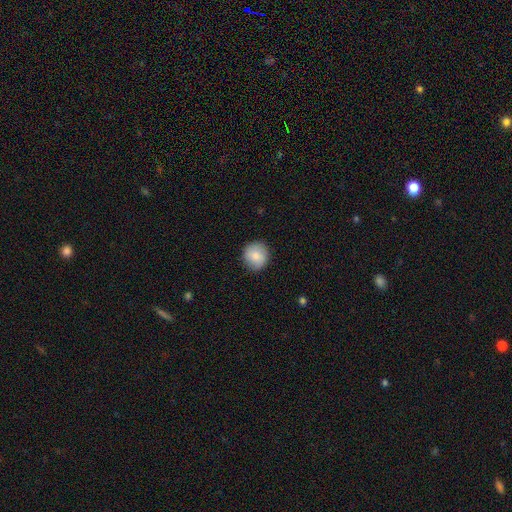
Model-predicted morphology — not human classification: This appears to be a smooth galaxy with no disk features (82%) that is round (90%). Merging: none (88%).